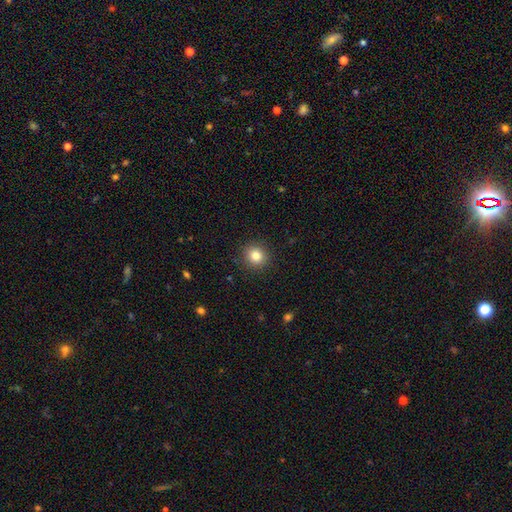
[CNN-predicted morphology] Smooth or featured? smooth (83%)
How rounded? round (89%)
Merging? none (91%)